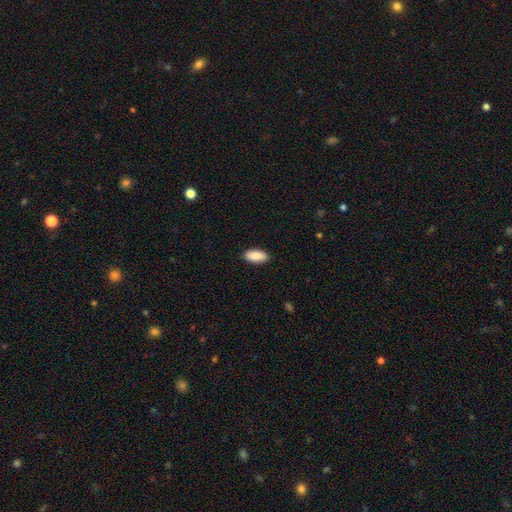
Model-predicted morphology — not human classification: This is clearly a smooth galaxy (89%). How rounded: clearly in between (87%). Merging: clearly none (89%).